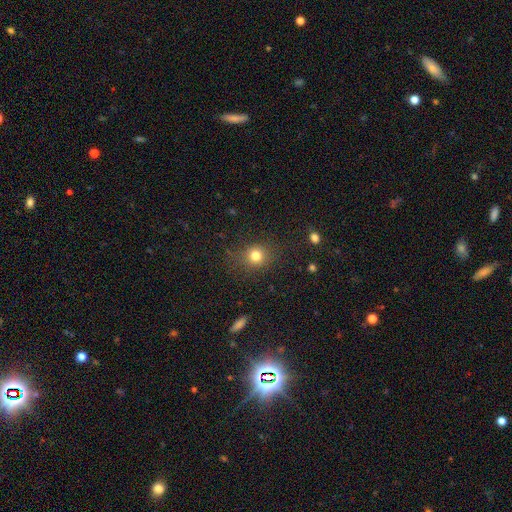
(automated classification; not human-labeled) Smooth or featured: smooth — 79% (star or artifact — 14%)
How rounded: round — 82% (in between — 16%)
Merging: none — 81% (minor disturbance — 12%)